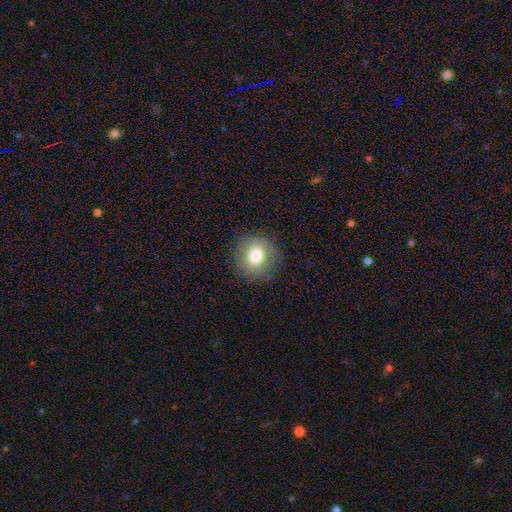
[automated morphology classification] A smooth galaxy with no disk features (75%) that is round (87%). Merging: none (85%).